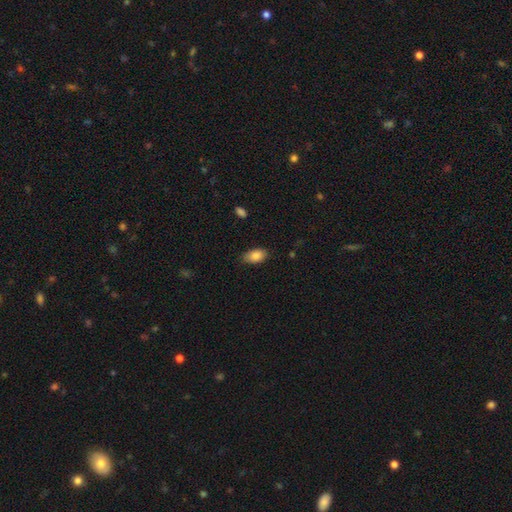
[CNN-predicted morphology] Q: Smooth or featured?
A: smooth (84%); runner-up: featured or disk (8%)
Q: How rounded?
A: in between (93%); runner-up: round (5%)
Q: Merging?
A: none (82%); runner-up: minor disturbance (14%)